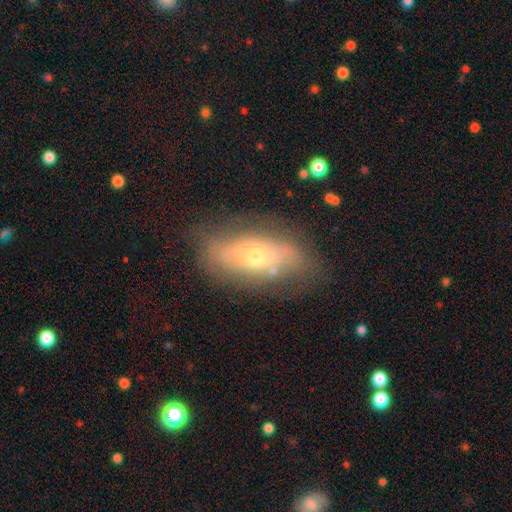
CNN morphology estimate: smooth_or_featured: featured or disk (p=0.54) [alt: smooth p=0.37]
disk_edge_on: no (p=0.79) [alt: yes p=0.21]
merging: none (p=0.68) [alt: minor disturbance p=0.21]